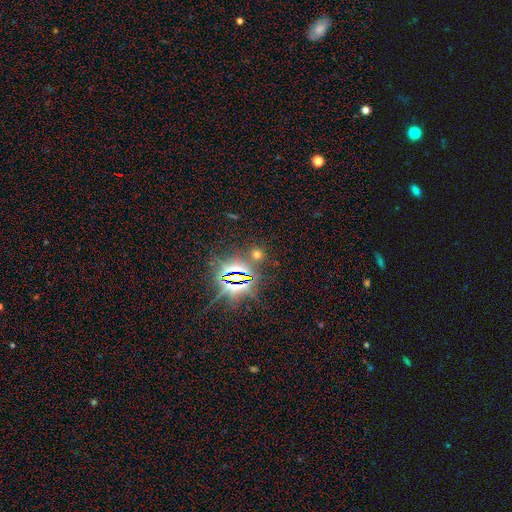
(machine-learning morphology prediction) smooth_or_featured: star or artifact (p=0.78) [alt: smooth p=0.14]